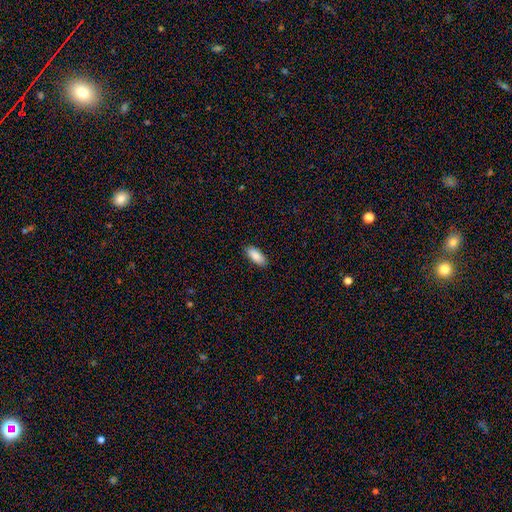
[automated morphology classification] Q: Smooth or featured?
A: smooth (87%); runner-up: featured or disk (7%)
Q: How rounded?
A: in between (88%); runner-up: cigar-shaped (11%)
Q: Merging?
A: none (89%); runner-up: minor disturbance (8%)